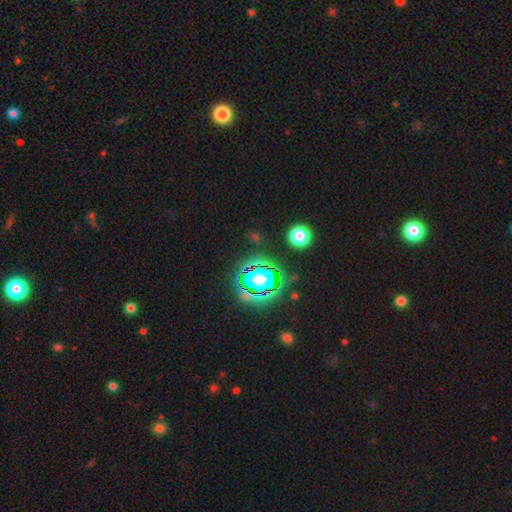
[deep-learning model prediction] The model was most divided on "smooth or featured": star or artifact: 81%, smooth: 12%, featured or disk: 7%.